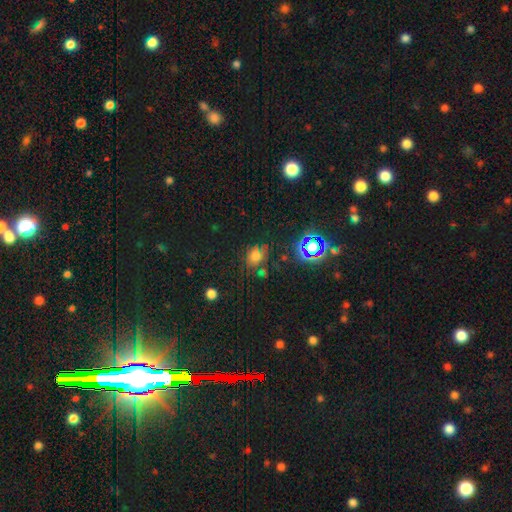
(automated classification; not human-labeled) This is possibly a smooth galaxy (58%). How rounded: possibly round (58%). Merging: likely none (69%).